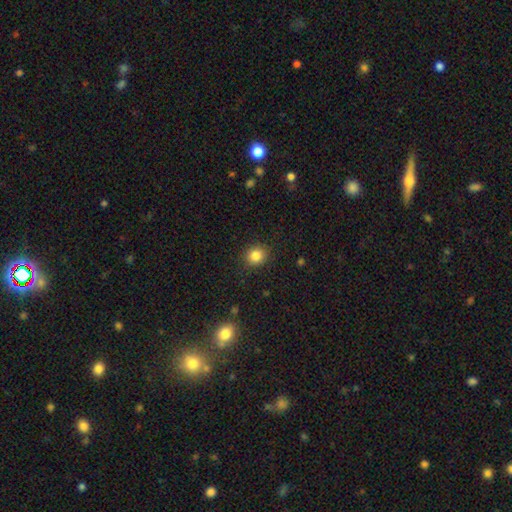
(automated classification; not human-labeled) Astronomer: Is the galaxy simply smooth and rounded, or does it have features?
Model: smooth — 84%.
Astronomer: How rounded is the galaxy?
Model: round — 80%.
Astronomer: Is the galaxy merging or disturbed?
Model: none — 88%.